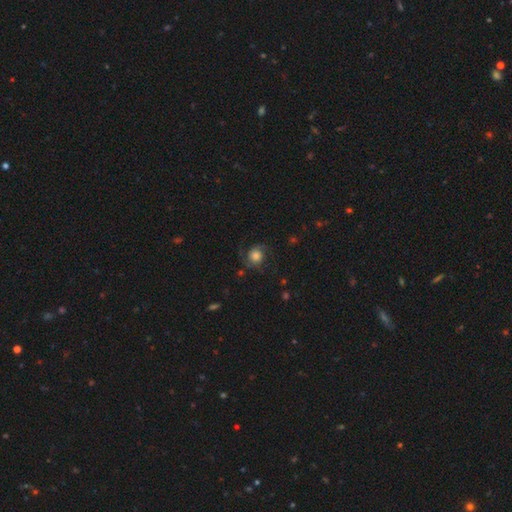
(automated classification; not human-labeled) The model was most divided on "smooth or featured": featured or disk: 50%, smooth: 40%, star or artifact: 10%. More confident: edge-on disk — no (97%); merging — none (68%).